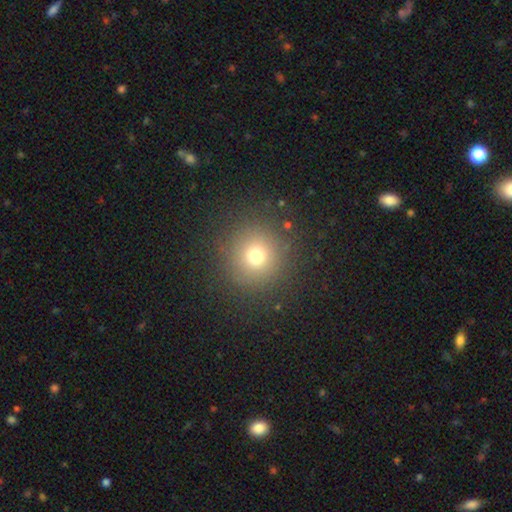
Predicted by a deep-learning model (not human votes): smooth_or_featured: smooth (p=0.72) [alt: star or artifact p=0.19]
how_rounded: round (p=0.94) [alt: in between p=0.05]
merging: none (p=0.87) [alt: minor disturbance p=0.07]